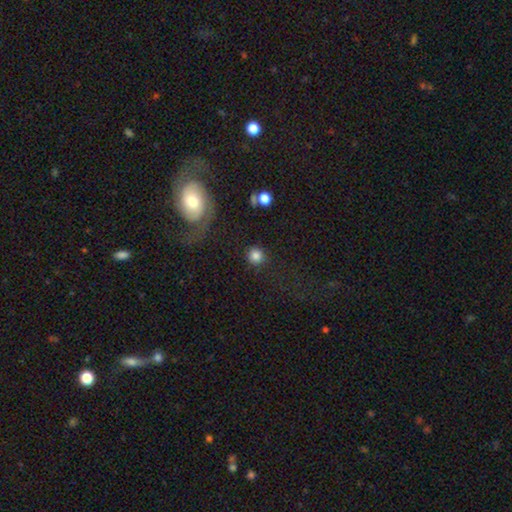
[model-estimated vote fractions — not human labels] This appears to be a smooth galaxy with no disk features (83%) that is round (92%). Merging: none (85%).